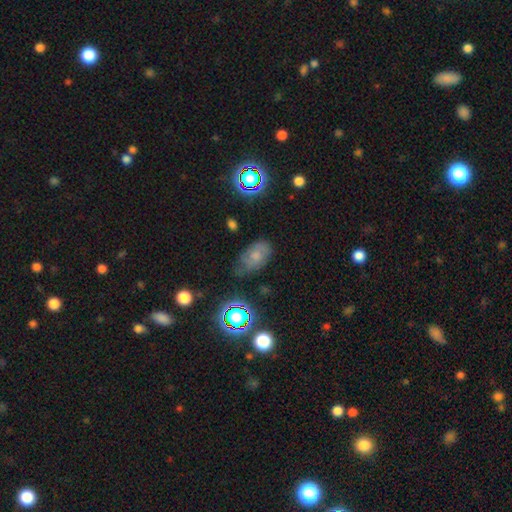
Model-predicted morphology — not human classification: smooth_or_featured: smooth (p=0.55) [alt: featured or disk p=0.27]
how_rounded: in between (p=0.87) [alt: round p=0.11]
merging: none (p=0.57) [alt: minor disturbance p=0.30]